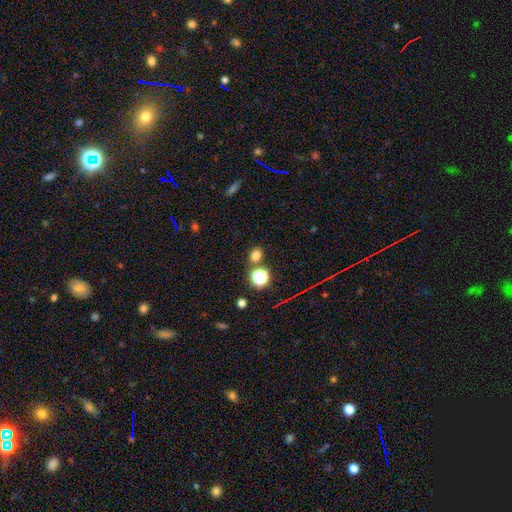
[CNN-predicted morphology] Smooth or featured: smooth — 74% (star or artifact — 20%)
How rounded: round — 64% (in between — 35%)
Merging: none — 79% (merger — 10%)